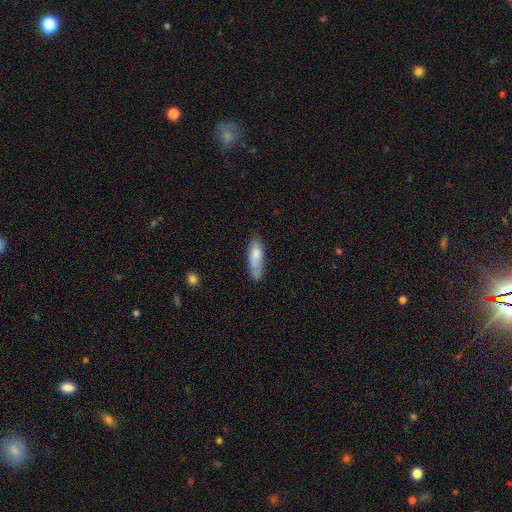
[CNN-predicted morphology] smooth_or_featured: smooth (p=0.80) [alt: featured or disk p=0.14]
how_rounded: in between (p=0.51) [alt: cigar-shaped p=0.47]
merging: none (p=0.64) [alt: minor disturbance p=0.26]